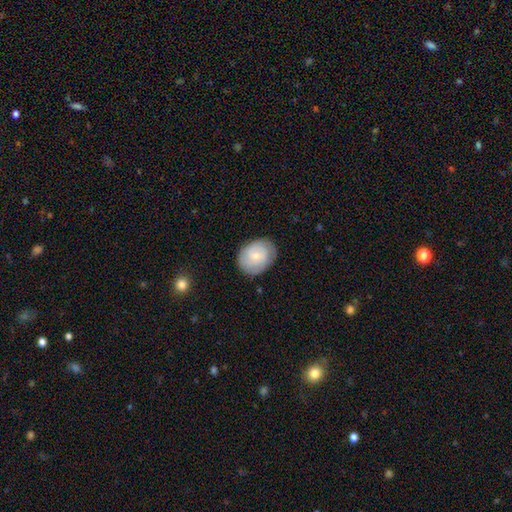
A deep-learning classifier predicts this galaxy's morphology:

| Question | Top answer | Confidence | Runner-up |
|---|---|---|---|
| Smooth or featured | smooth | 54% | featured or disk (39%) |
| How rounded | in between | 53% | round (46%) |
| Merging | none | 78% | minor disturbance (17%) |